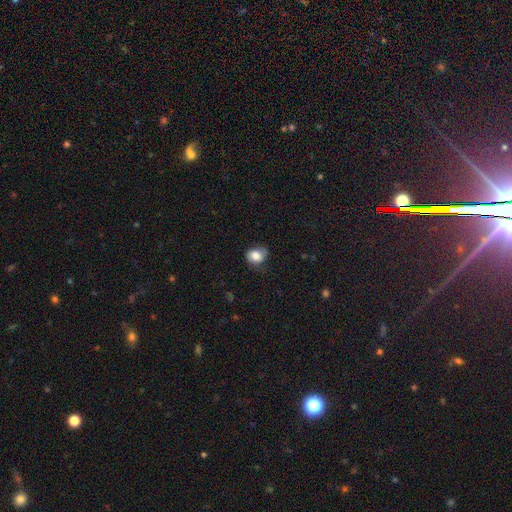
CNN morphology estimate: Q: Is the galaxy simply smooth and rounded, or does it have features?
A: smooth — 79%.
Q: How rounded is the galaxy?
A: round — 59%.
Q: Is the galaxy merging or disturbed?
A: none — 59%.